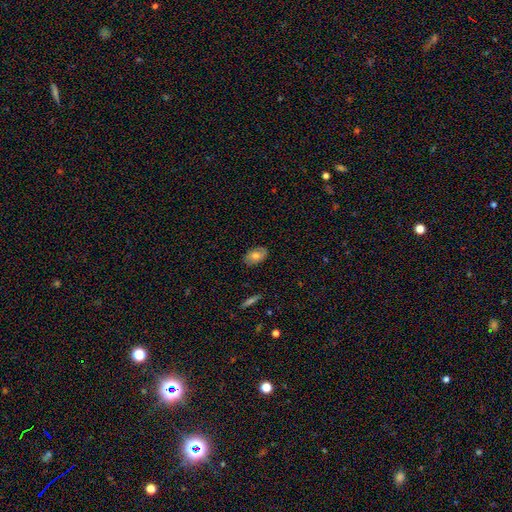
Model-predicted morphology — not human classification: Q: Smooth or featured?
A: smooth (69%); runner-up: featured or disk (24%)
Q: How rounded?
A: in between (92%); runner-up: round (7%)
Q: Merging?
A: none (84%); runner-up: minor disturbance (12%)